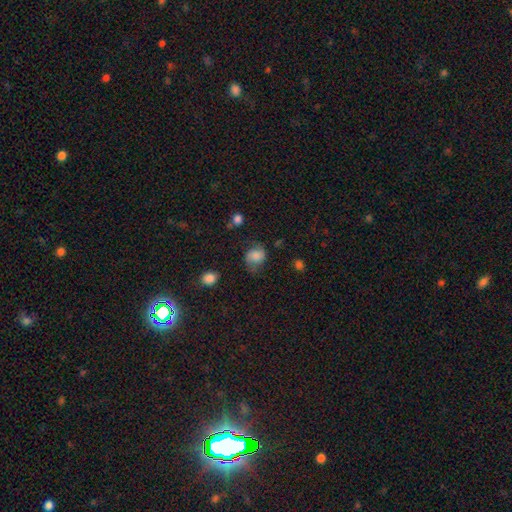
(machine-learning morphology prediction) The model was most divided on "how rounded": round: 59%, in between: 40%, cigar-shaped: 1%. More confident: smooth or featured — smooth (69%); merging — none (54%).